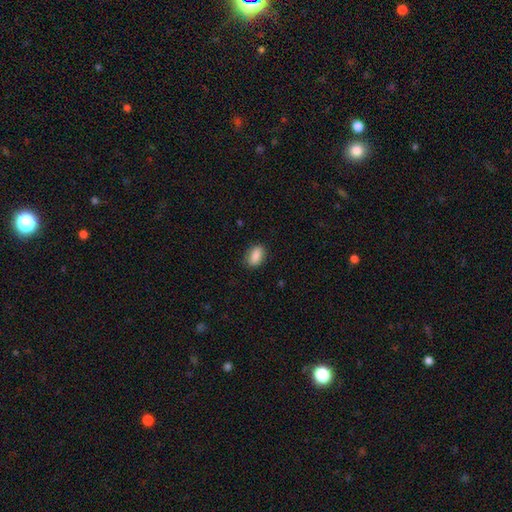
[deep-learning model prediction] smooth-or-featured: smooth: 87% | star or artifact: 7% | featured or disk: 5%
  how-rounded: in between: 88% | round: 8% | cigar-shaped: 4%
  merging: none: 84% | minor disturbance: 12% | major disturbance: 3% | merger: 1%